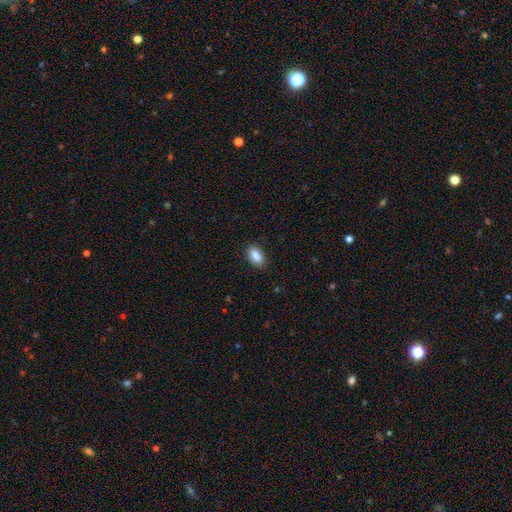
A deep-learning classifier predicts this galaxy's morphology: A smooth galaxy with no disk features (89%) that is in between round and cigar-shaped (92%).

Vote fractions:
- Smooth or featured? smooth: 89% / star or artifact: 7% / featured or disk: 4%
- How rounded? in between: 92% / round: 5% / cigar-shaped: 3%
- Merging? none: 86% / minor disturbance: 10% / major disturbance: 2% / merger: 1%